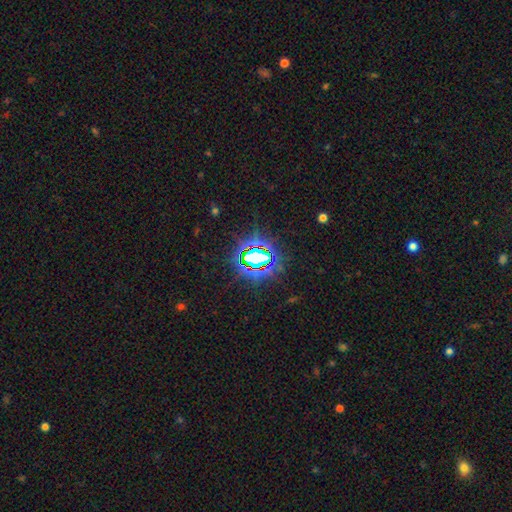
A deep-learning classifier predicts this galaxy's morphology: type=star or artifact (77%).